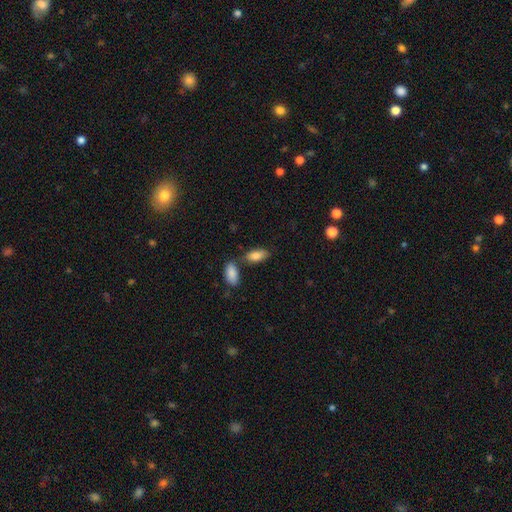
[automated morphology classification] smooth_or_featured: smooth (p=0.84) [alt: featured or disk p=0.10]
how_rounded: in between (p=0.90) [alt: cigar-shaped p=0.08]
merging: none (p=0.69) [alt: merger p=0.16]